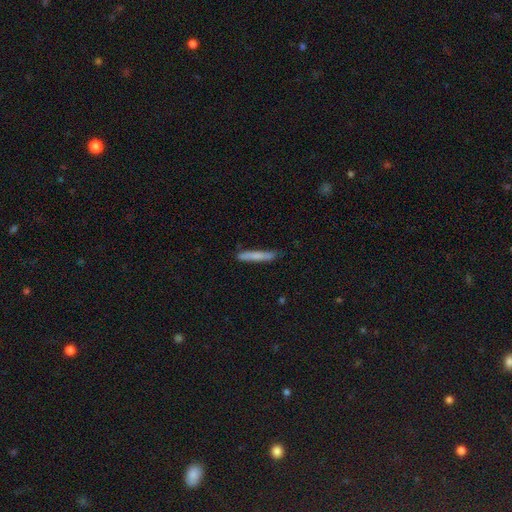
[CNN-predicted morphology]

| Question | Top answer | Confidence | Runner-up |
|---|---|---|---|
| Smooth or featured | smooth | 76% | featured or disk (18%) |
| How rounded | cigar-shaped | 95% | in between (4%) |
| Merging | none | 84% | minor disturbance (13%) |